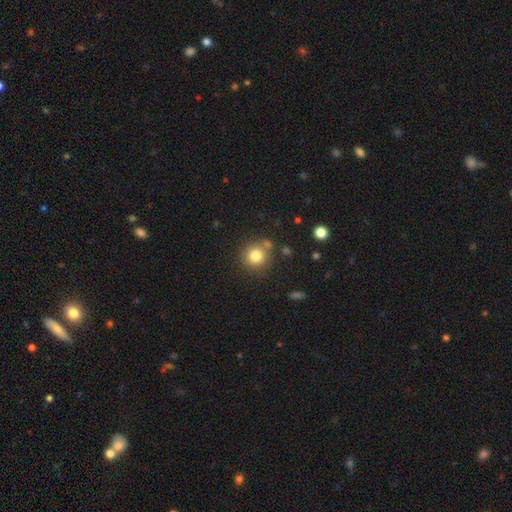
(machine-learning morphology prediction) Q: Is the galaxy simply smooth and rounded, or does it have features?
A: smooth — 81%.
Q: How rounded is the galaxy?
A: round — 91%.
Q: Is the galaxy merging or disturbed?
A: none — 74%.